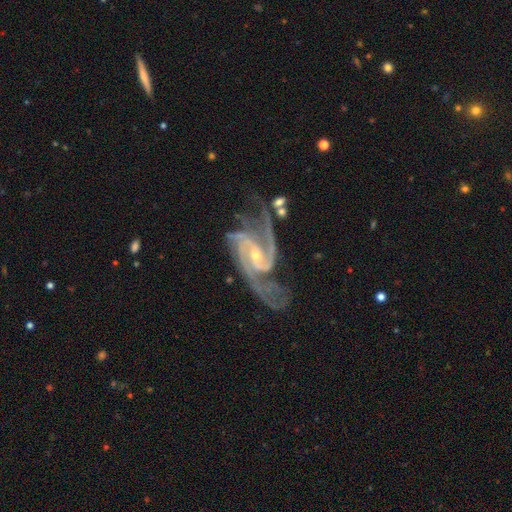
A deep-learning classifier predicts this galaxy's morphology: This is clearly a featured or disk galaxy (93%). It is clearly not viewed edge-on (98%). Bar: marginally weak (40%). Spiral arm pattern: clearly yes (99%). Spiral arm count: marginally 2 (35%). Spiral winding: possibly medium (57%). Central bulge: likely small (73%). Merging: possibly none (50%).